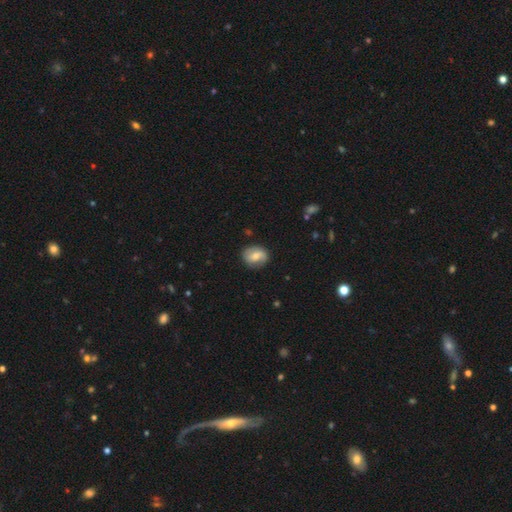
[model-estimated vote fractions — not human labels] Overall: featured or disk (48%; smooth 45%). Merging: none (78%).